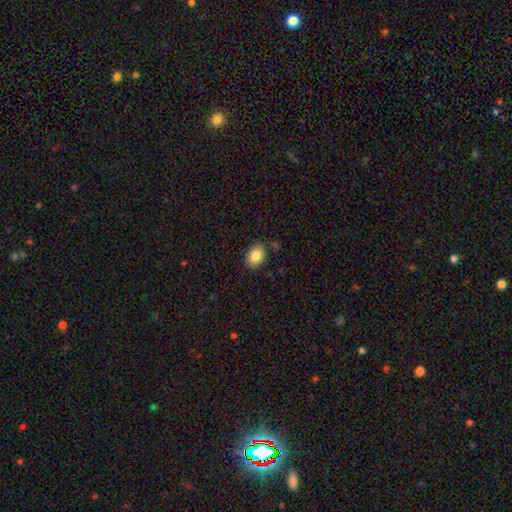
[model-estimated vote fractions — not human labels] smooth 84%, star or artifact 9%, featured or disk 7%. Down the decision tree: how rounded — in between (68%); merging — none (85%).